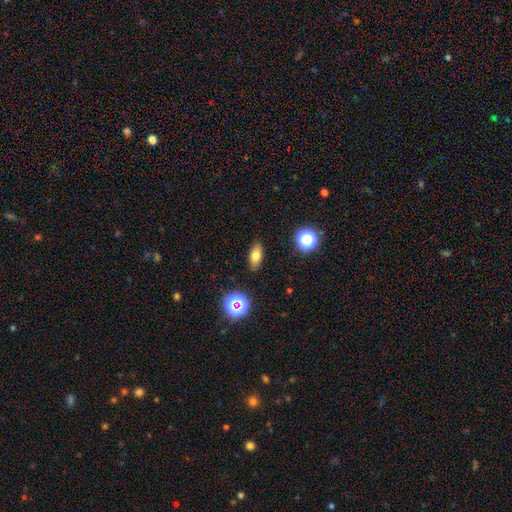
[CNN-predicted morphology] smooth-or-featured: smooth: 75% | featured or disk: 12% | star or artifact: 12%
  how-rounded: in between: 83% | cigar-shaped: 9% | round: 8%
  merging: none: 88% | minor disturbance: 8% | major disturbance: 2% | merger: 1%